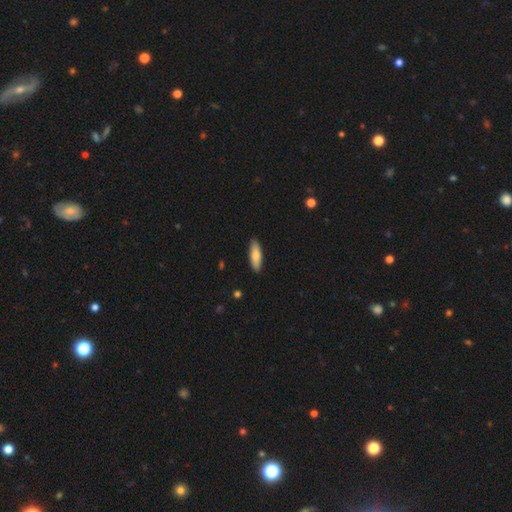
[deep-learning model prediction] Morphology: type=smooth (78%); roundness=cigar-shaped (52%); merging=none (89%).